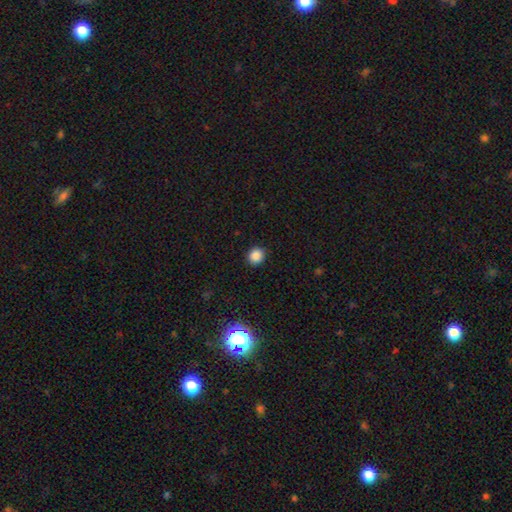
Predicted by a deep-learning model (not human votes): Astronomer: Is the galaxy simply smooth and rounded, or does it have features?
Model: smooth — 85%.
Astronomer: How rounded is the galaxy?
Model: round — 86%.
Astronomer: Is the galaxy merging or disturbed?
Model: none — 90%.